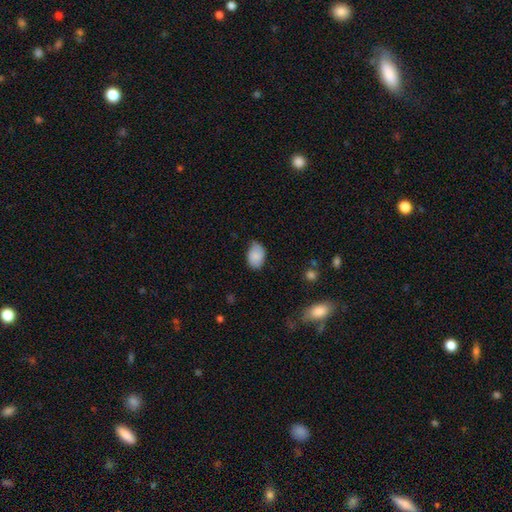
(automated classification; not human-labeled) This is clearly a smooth galaxy (83%). How rounded: clearly in between (81%). Merging: likely none (68%).